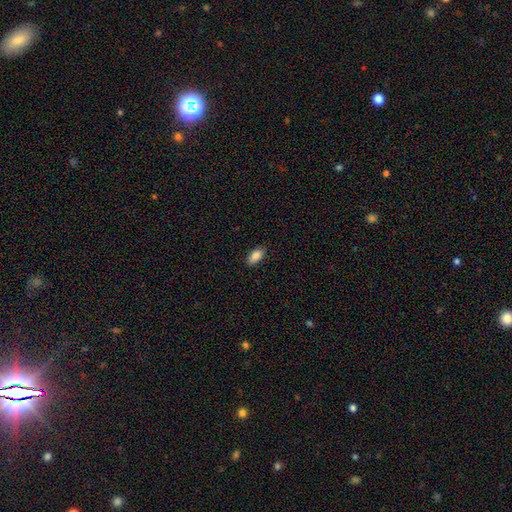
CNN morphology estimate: Smooth or featured?
  - smooth: 87% *
  - star or artifact: 7%
  - featured or disk: 6%
How rounded?
  - in between: 92% *
  - cigar-shaped: 5%
  - round: 3%
Merging?
  - none: 88% *
  - minor disturbance: 9%
  - major disturbance: 2%
  - merger: 1%